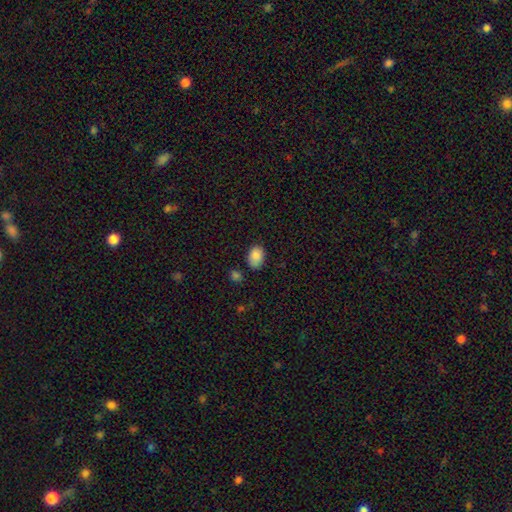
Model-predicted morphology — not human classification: Q: Smooth or featured?
A: smooth (87%); runner-up: star or artifact (8%)
Q: How rounded?
A: in between (82%); runner-up: round (17%)
Q: Merging?
A: none (70%); runner-up: minor disturbance (22%)